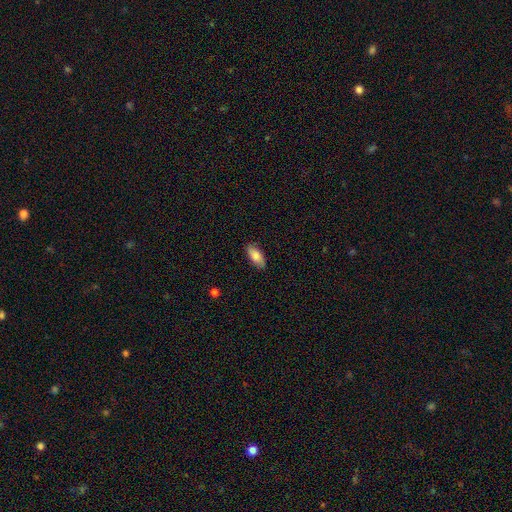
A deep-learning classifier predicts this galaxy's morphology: A smooth galaxy with no disk features (82%) that is in between round and cigar-shaped (88%). Merging: none (86%).